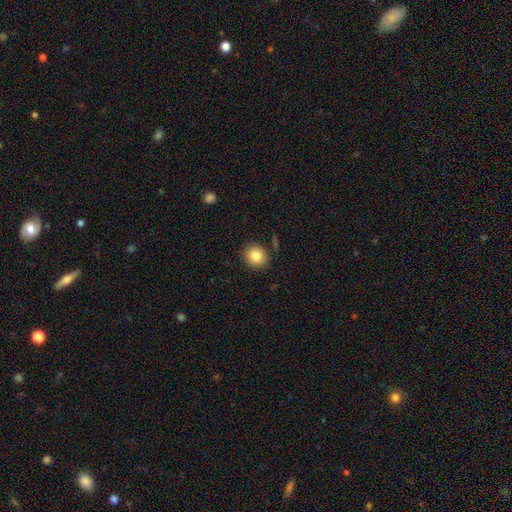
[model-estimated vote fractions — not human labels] Overall: smooth (84%). How rounded: round (81%). Merging: none (87%).